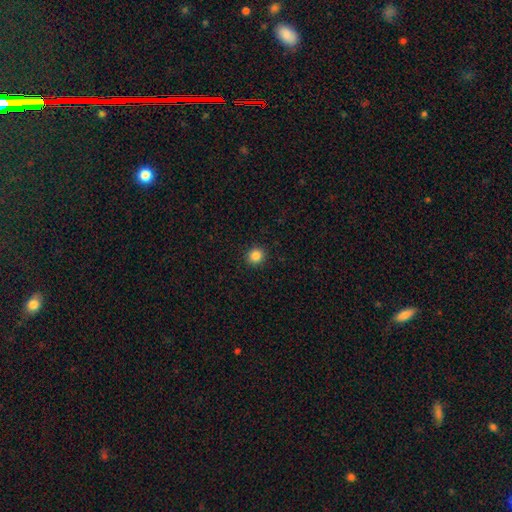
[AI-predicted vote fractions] A smooth galaxy with no disk features (86%) that is round (89%). Merging: none (92%).